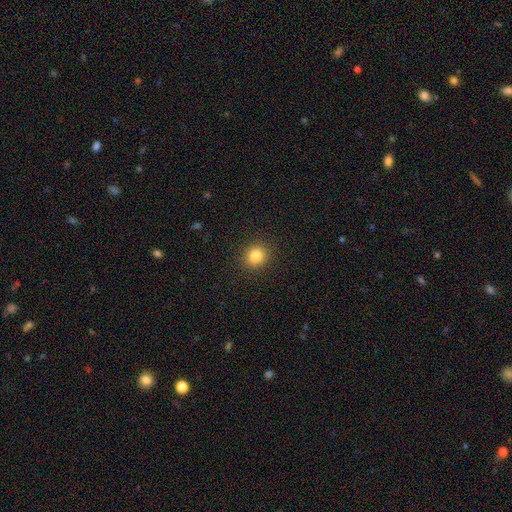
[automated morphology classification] A smooth galaxy with no disk features (83%) that is round (83%).

Vote fractions:
- Smooth or featured? smooth: 83% / star or artifact: 11% / featured or disk: 5%
- How rounded? round: 83% / in between: 16% / cigar-shaped: 1%
- Merging? none: 91% / minor disturbance: 6% / major disturbance: 2% / merger: 1%